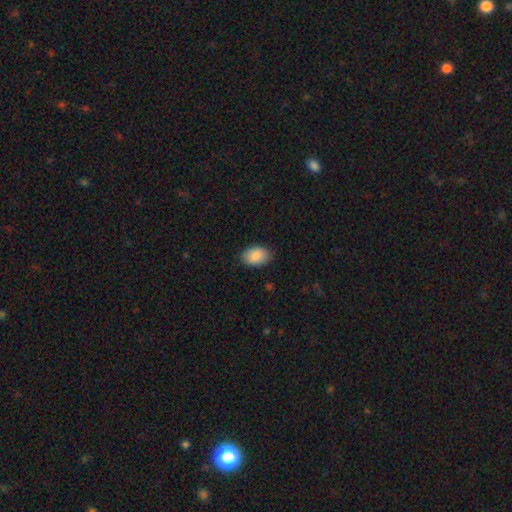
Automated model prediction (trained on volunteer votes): smooth-or-featured: smooth: 88% | star or artifact: 6% | featured or disk: 6%
  how-rounded: in between: 87% | round: 11% | cigar-shaped: 1%
  merging: none: 85% | minor disturbance: 11% | major disturbance: 2% | merger: 1%